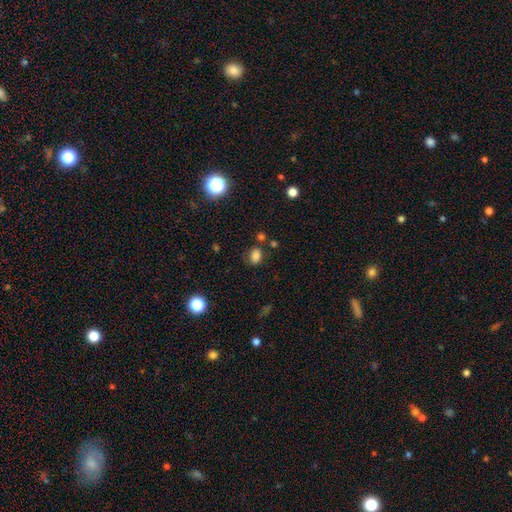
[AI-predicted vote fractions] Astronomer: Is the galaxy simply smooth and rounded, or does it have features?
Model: smooth — 78%.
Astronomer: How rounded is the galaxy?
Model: in between — 68%.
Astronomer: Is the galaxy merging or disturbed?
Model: none — 66%.